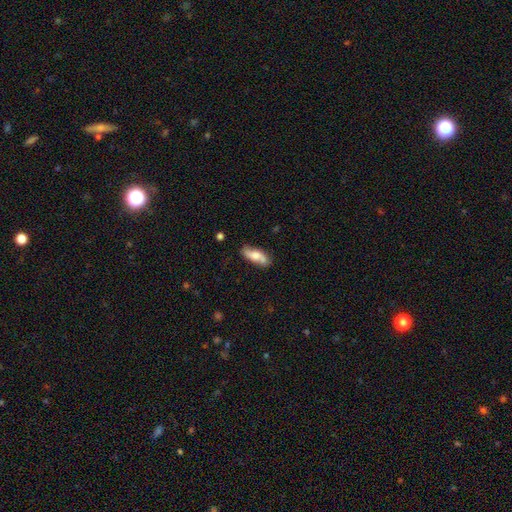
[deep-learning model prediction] Overall: smooth (57%; featured or disk 36%). How rounded: in between (69%). Merging: none (70%).